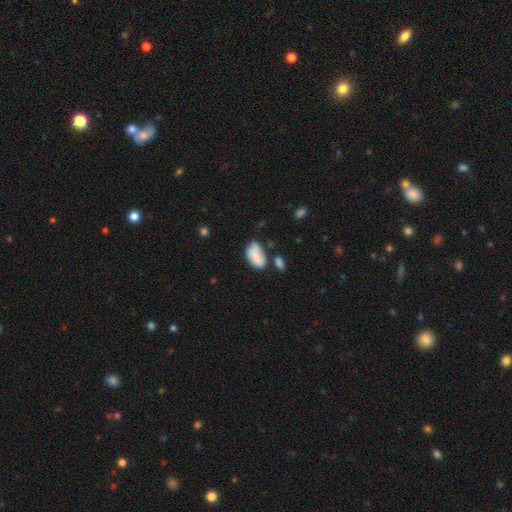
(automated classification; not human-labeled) Smooth or featured?
  - smooth: 82% *
  - featured or disk: 11%
  - star or artifact: 7%
How rounded?
  - in between: 94% *
  - round: 4%
  - cigar-shaped: 2%
Merging?
  - none: 49% *
  - minor disturbance: 29%
  - merger: 14%
  - major disturbance: 9%